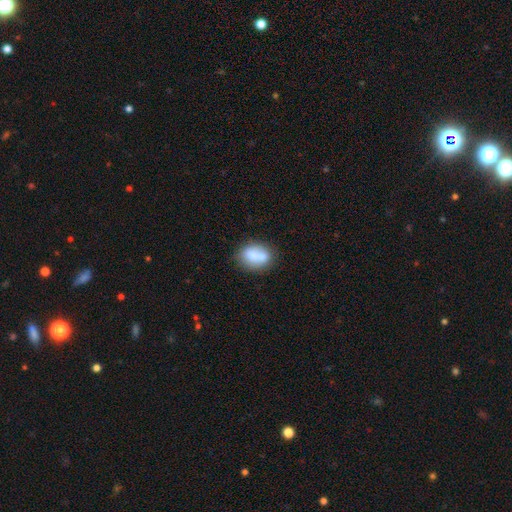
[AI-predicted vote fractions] smooth_or_featured: smooth (p=0.76) [alt: featured or disk p=0.16]
how_rounded: in between (p=0.74) [alt: round p=0.22]
merging: none (p=0.55) [alt: minor disturbance p=0.19]